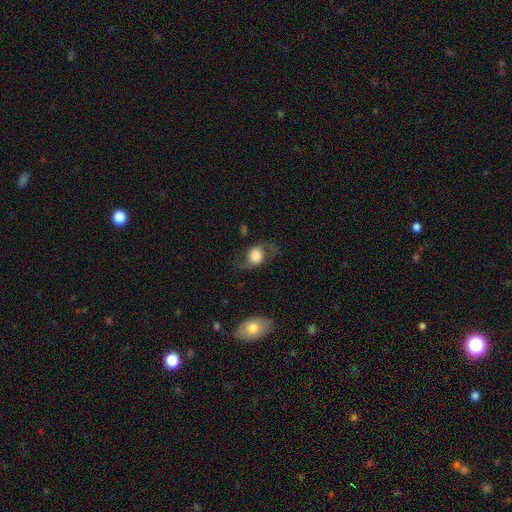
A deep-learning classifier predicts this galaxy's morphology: smooth_or_featured: featured or disk (p=0.57) [alt: smooth p=0.36]
disk_edge_on: no (p=0.92) [alt: yes p=0.08]
bar: no (p=0.67) [alt: weak p=0.26]
has_spiral_arms: yes (p=0.81) [alt: no p=0.19]
bulge_size: large (p=0.50) [alt: moderate p=0.23]
merging: none (p=0.68) [alt: minor disturbance p=0.17]